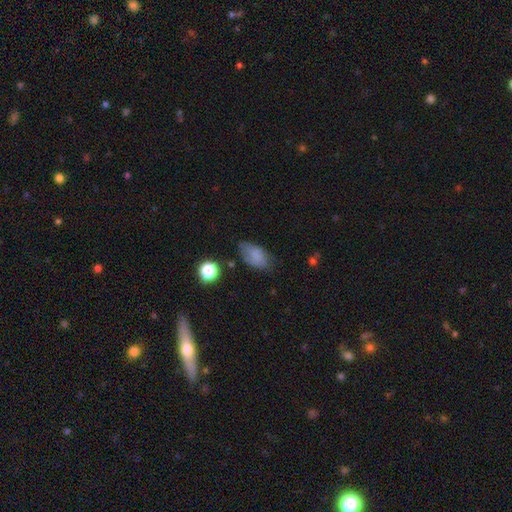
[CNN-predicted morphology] This appears to be a smooth galaxy with no disk features (74%) that is in between round and cigar-shaped (91%). Merging: none (62%).